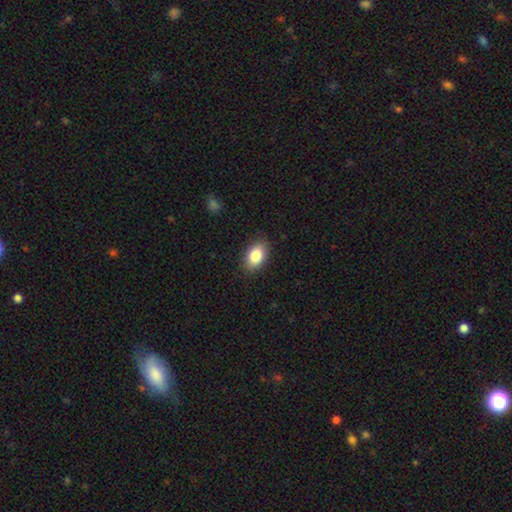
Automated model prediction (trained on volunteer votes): Overall: smooth (84%). How rounded: in between (89%). Merging: none (87%).